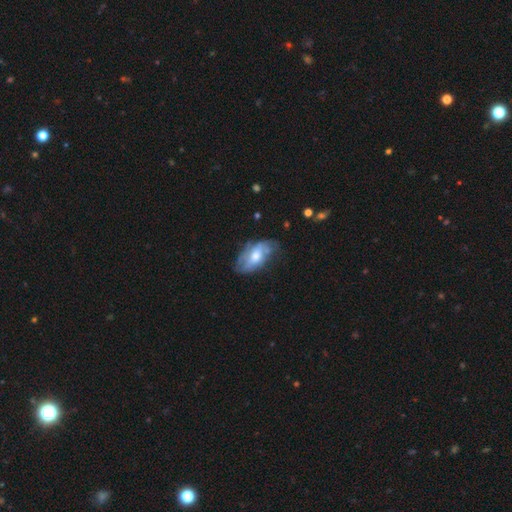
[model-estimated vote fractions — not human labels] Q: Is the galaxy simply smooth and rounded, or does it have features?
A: featured or disk — 54%.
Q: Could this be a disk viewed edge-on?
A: no — 91%.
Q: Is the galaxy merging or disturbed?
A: none — 54%.